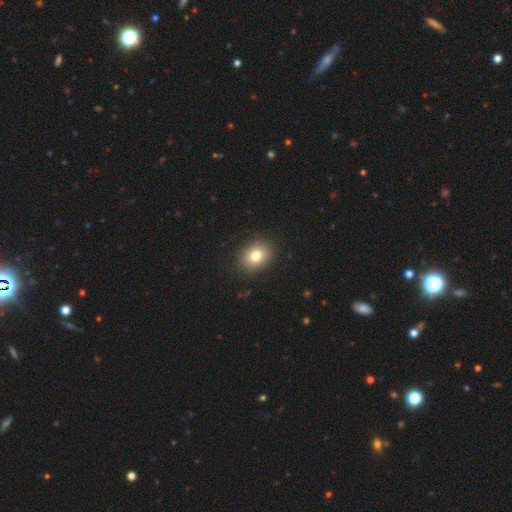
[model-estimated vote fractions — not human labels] This is likely a smooth galaxy (79%). How rounded: possibly in between (52%). Merging: clearly none (89%).